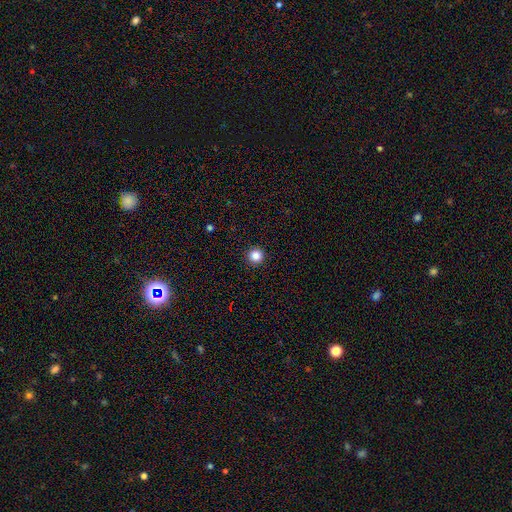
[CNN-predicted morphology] A smooth galaxy with no disk features (85%) that is round (96%).

Vote fractions:
- Smooth or featured? smooth: 85% / star or artifact: 11% / featured or disk: 4%
- How rounded? round: 96% / in between: 3% / cigar-shaped: 1%
- Merging? none: 93% / minor disturbance: 4% / major disturbance: 2% / merger: 1%